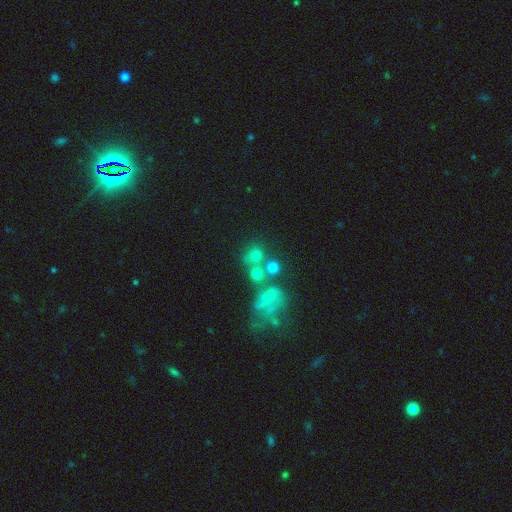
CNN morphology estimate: Smooth or featured? smooth (63%)
How rounded? round (82%)
Merging? none (51%)